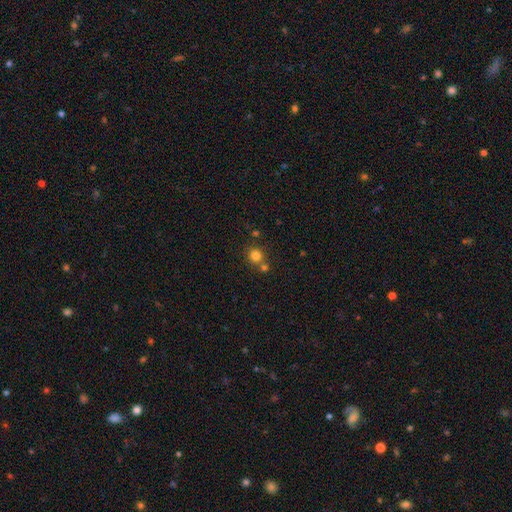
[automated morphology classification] Smooth or featured? Predicted: smooth (p=0.80). How rounded? Predicted: round (p=0.89). Merging? Predicted: none (p=0.66).